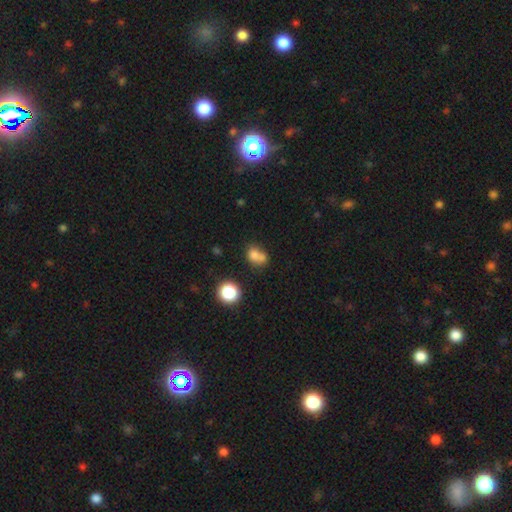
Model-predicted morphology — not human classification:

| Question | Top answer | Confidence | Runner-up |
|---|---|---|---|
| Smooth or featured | smooth | 74% | star or artifact (13%) |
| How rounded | in between | 50% | round (48%) |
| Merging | merger | 46% | none (32%) |